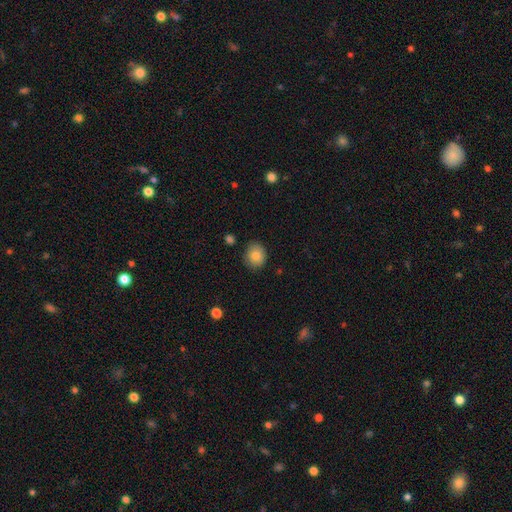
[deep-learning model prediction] smooth_or_featured: smooth (p=0.83) [alt: star or artifact p=0.09]
how_rounded: round (p=0.68) [alt: in between p=0.31]
merging: none (p=0.86) [alt: minor disturbance p=0.10]